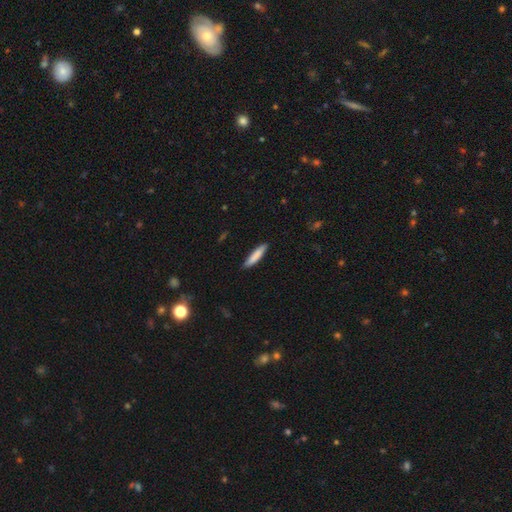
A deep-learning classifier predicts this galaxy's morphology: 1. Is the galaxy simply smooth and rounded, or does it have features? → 83% smooth, 11% featured or disk, 6% star or artifact.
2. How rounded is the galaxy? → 85% cigar-shaped, 13% in between, 1% round.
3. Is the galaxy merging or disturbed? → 87% none, 10% minor disturbance, 2% major disturbance, 1% merger.